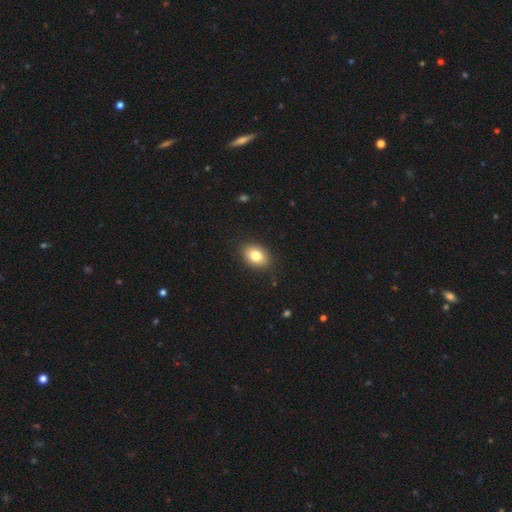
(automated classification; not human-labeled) This appears to be a smooth galaxy with no disk features (81%) that is in between round and cigar-shaped (76%). Merging: none (86%).